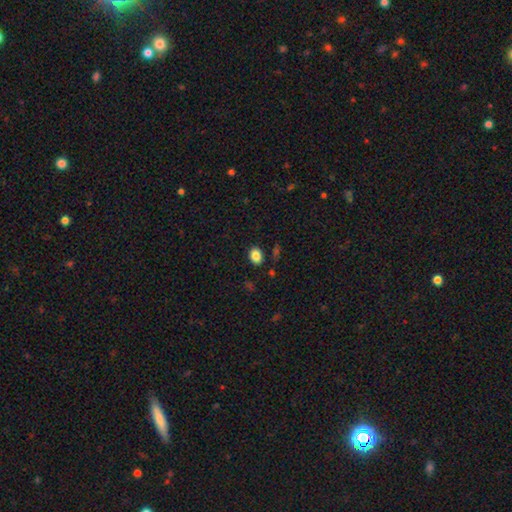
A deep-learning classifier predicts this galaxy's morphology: type=smooth (85%); roundness=in between (70%); merging=none (85%).